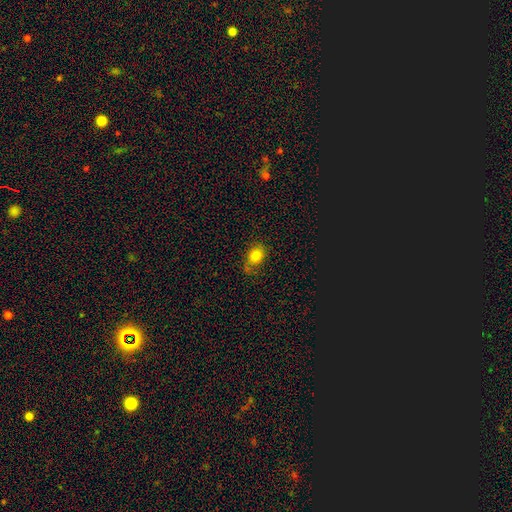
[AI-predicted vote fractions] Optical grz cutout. It shows a smooth galaxy with no disk features (78%) that is round (51%). Merging: none (60%).